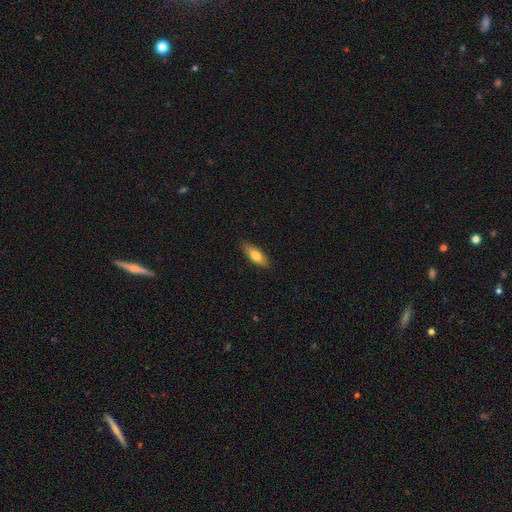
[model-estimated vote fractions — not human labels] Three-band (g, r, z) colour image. It shows a smooth galaxy with no disk features (74%) that is in between round and cigar-shaped (63%). Merging: none (88%).